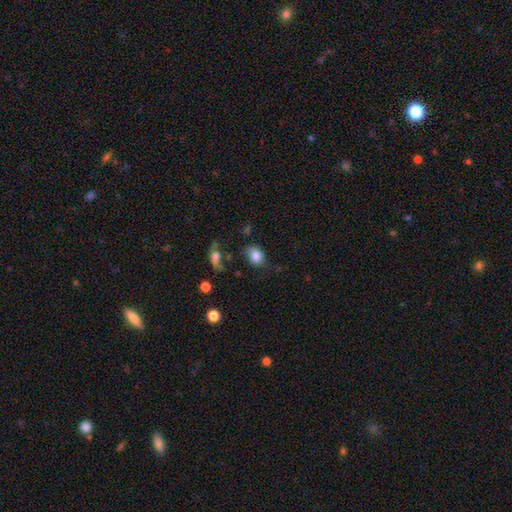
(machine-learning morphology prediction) smooth 83%, star or artifact 9%, featured or disk 8%. Down the decision tree: how rounded — in between (60%); merging — none (57%).